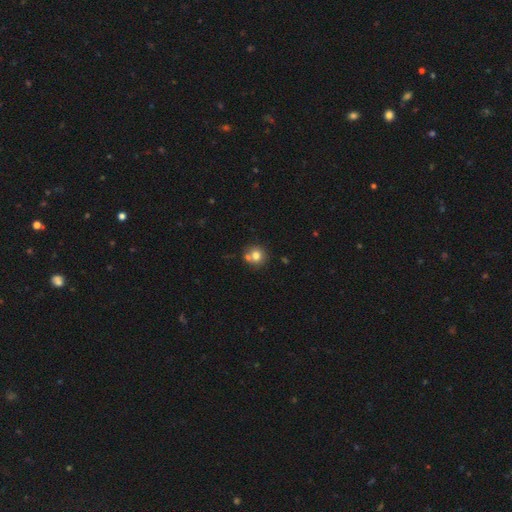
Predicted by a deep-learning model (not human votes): Smooth or featured? Predicted: smooth (p=0.76). How rounded? Predicted: round (p=0.86). Merging? Predicted: none (p=0.59).